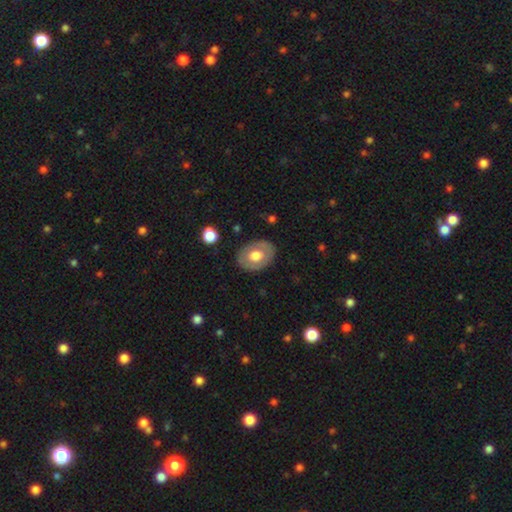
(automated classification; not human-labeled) Q: Smooth or featured?
A: smooth (57%); runner-up: featured or disk (37%)
Q: How rounded?
A: in between (68%); runner-up: round (31%)
Q: Merging?
A: none (84%); runner-up: minor disturbance (12%)